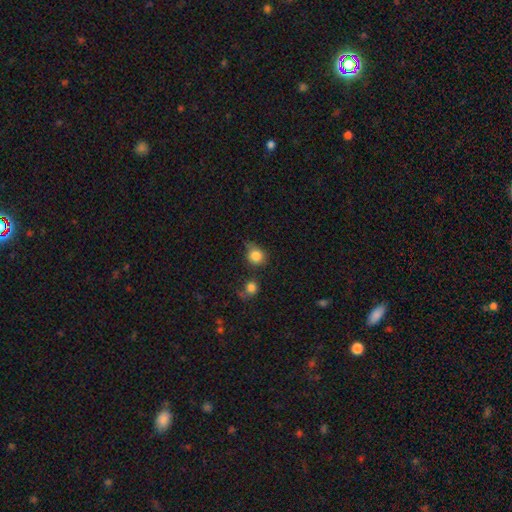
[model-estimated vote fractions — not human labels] This is clearly a smooth galaxy (83%). How rounded: clearly round (81%). Merging: possibly none (58%).